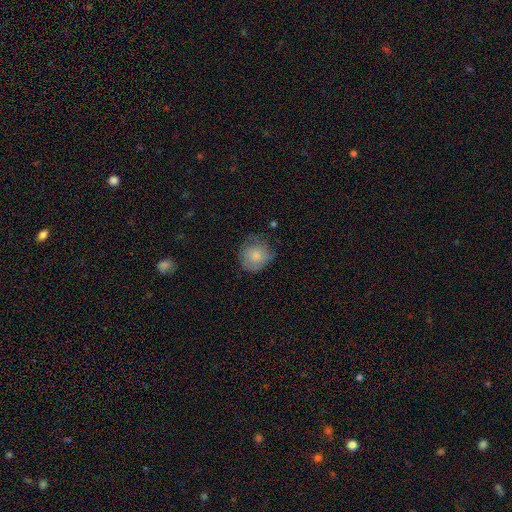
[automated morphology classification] Smooth or featured? Predicted: smooth (p=0.78). How rounded? Predicted: round (p=0.84). Merging? Predicted: none (p=0.62).